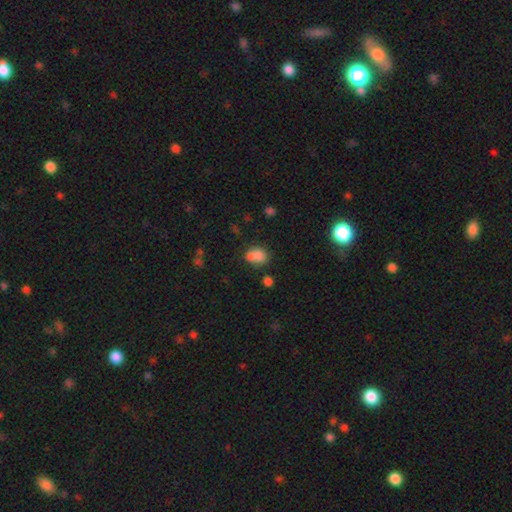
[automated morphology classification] A smooth galaxy with no disk features (79%) that is in between round and cigar-shaped (58%). Merging: none (45%).